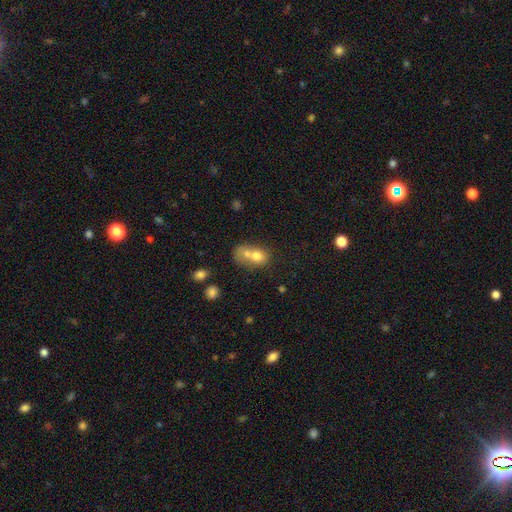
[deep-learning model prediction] A smooth galaxy with no disk features (67%) that is round (49%, tied with in between). Merging: merger (67%).